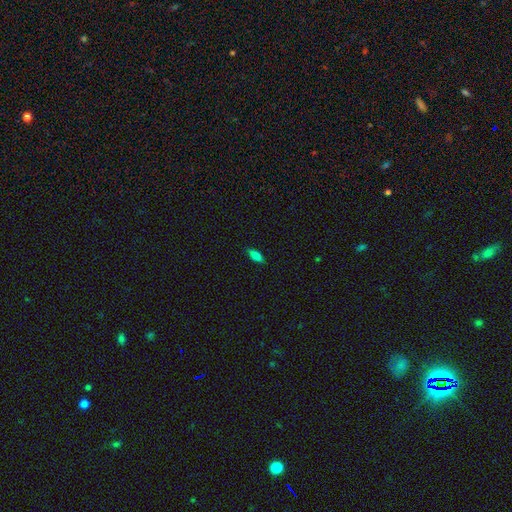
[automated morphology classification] smooth_or_featured: smooth (p=0.77) [alt: featured or disk p=0.13]
how_rounded: in between (p=0.76) [alt: cigar-shaped p=0.20]
merging: none (p=0.86) [alt: minor disturbance p=0.11]